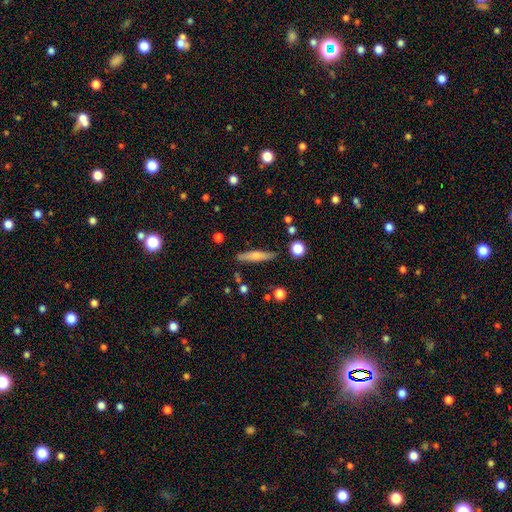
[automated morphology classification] The model was most divided on "smooth or featured": smooth: 57%, featured or disk: 36%, star or artifact: 7%. More confident: how rounded — cigar-shaped (85%); merging — none (85%).